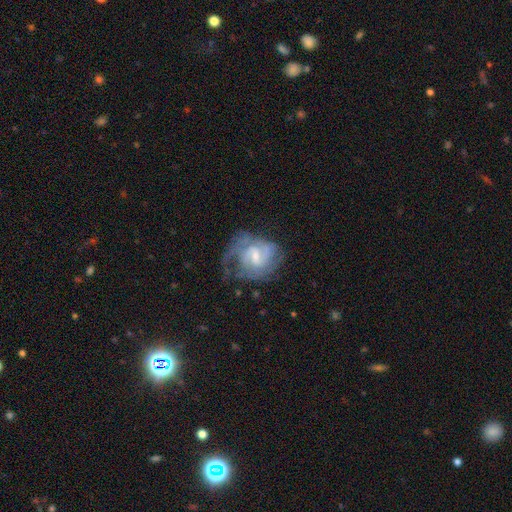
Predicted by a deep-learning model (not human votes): Smooth or featured? featured or disk (80%)
Edge-on disk? no (98%)
Bar? weak (59%)
Spiral arms? yes (91%)
Spiral winding? medium (42%)
Spiral arm count? 2 (40%)
Bulge size? small (53%)
Merging? none (45%)